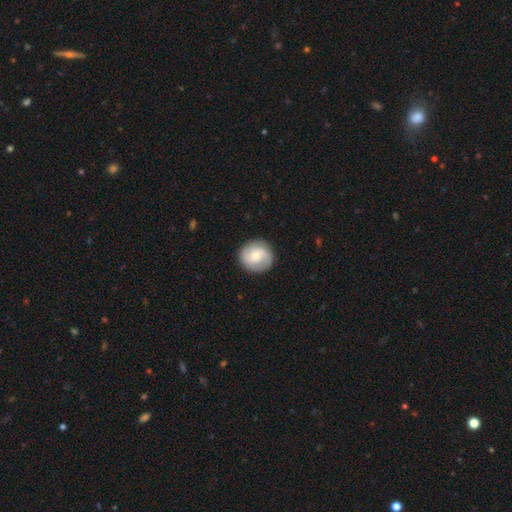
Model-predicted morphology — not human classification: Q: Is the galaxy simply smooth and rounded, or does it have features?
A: featured or disk — 51%.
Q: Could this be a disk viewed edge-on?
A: no — 97%.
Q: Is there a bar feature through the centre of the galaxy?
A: no — 51%.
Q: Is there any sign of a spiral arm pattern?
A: yes — 82%.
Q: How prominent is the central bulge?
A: moderate — 54%.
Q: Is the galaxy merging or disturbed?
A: none — 87%.